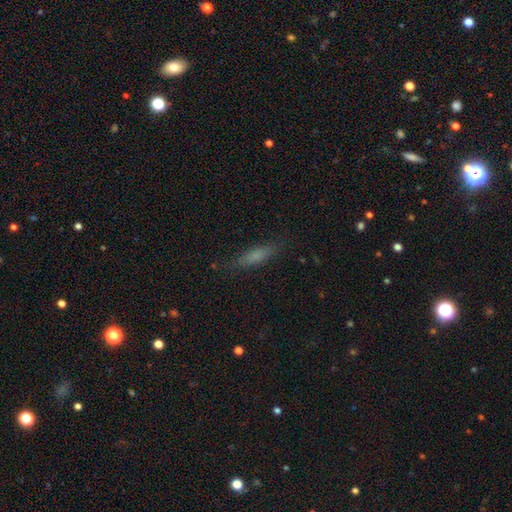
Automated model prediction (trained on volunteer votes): A smooth galaxy with no disk features (68%) that is cigar-shaped (69%). Merging: none (80%).